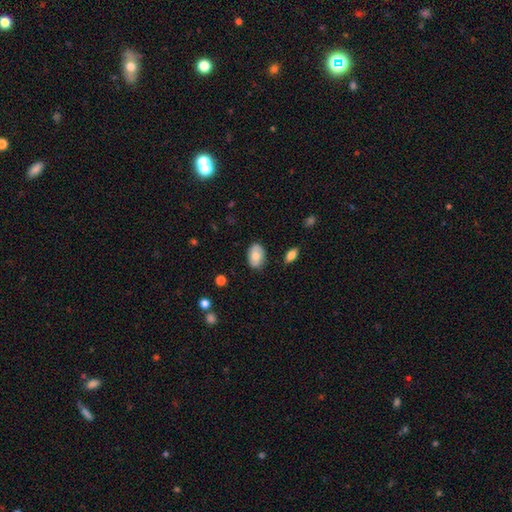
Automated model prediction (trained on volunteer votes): smooth_or_featured: smooth (p=0.68) [alt: featured or disk p=0.25]
how_rounded: in between (p=0.89) [alt: round p=0.10]
merging: none (p=0.81) [alt: minor disturbance p=0.15]